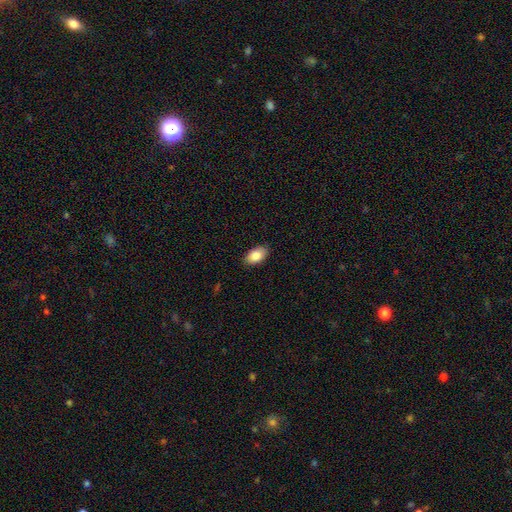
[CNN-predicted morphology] smooth_or_featured: smooth (p=0.85) [alt: featured or disk p=0.08]
how_rounded: in between (p=0.94) [alt: round p=0.04]
merging: none (p=0.86) [alt: minor disturbance p=0.11]